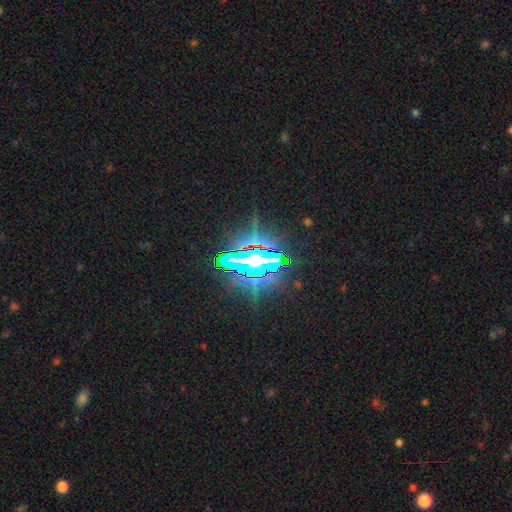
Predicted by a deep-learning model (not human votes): Overall: star or artifact (77%).